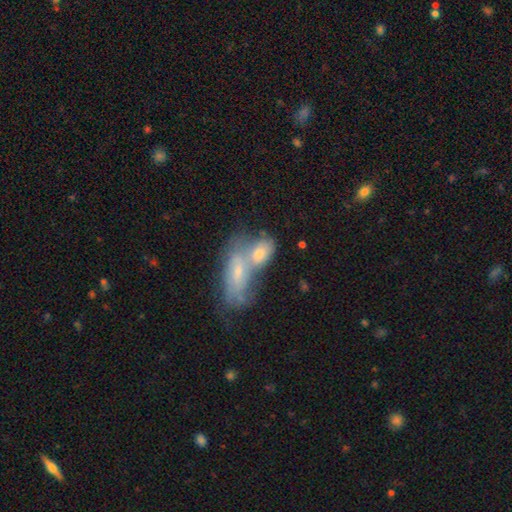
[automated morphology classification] This is possibly a smooth galaxy (54%). How rounded: likely in between (78%). Merging: likely merger (62%).